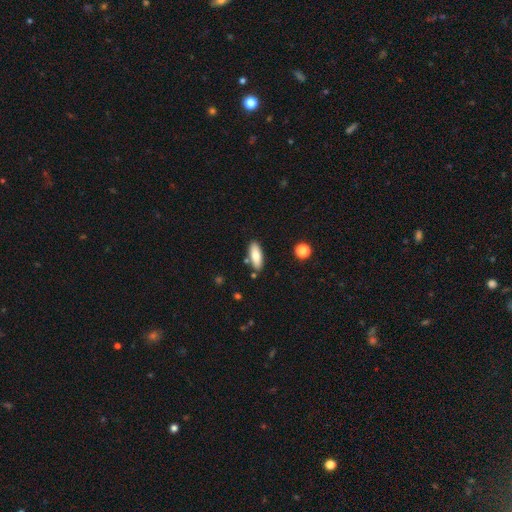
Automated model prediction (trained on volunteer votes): This appears to be a smooth galaxy with no disk features (80%) that is in between round and cigar-shaped (69%). Merging: none (83%).